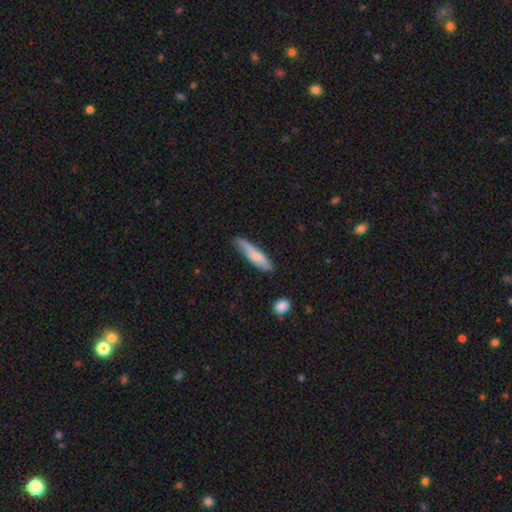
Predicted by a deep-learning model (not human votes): Smooth or featured? smooth (71%)
How rounded? cigar-shaped (81%)
Merging? none (57%)